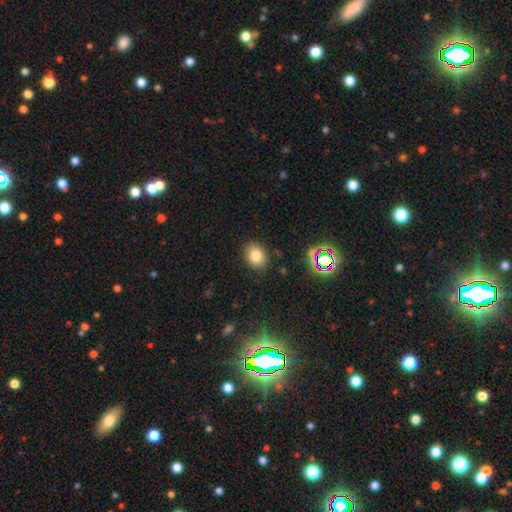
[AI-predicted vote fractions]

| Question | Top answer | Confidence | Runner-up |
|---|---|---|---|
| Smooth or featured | smooth | 79% | star or artifact (12%) |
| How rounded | in between | 64% | round (35%) |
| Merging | none | 85% | minor disturbance (10%) |